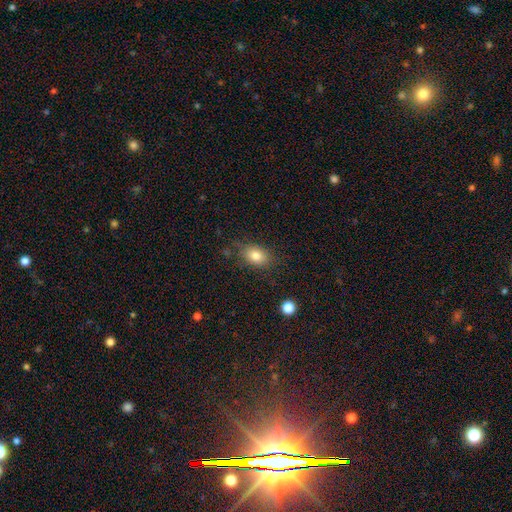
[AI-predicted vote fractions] Q: Smooth or featured?
A: smooth (81%); runner-up: star or artifact (10%)
Q: How rounded?
A: in between (74%); runner-up: round (25%)
Q: Merging?
A: none (77%); runner-up: minor disturbance (16%)